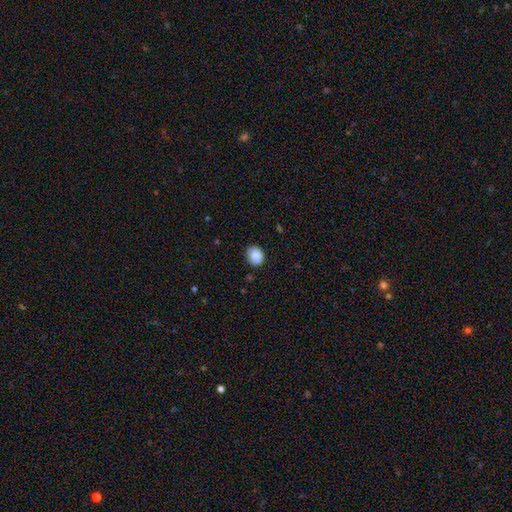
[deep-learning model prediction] This appears to be a smooth galaxy with no disk features (87%) that is round (53%). Merging: none (83%).